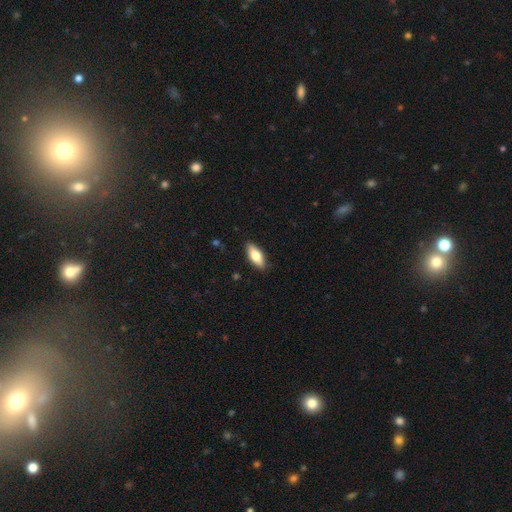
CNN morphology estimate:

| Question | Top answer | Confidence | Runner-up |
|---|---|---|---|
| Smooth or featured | smooth | 76% | featured or disk (18%) |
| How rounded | in between | 79% | cigar-shaped (19%) |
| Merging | none | 87% | minor disturbance (10%) |